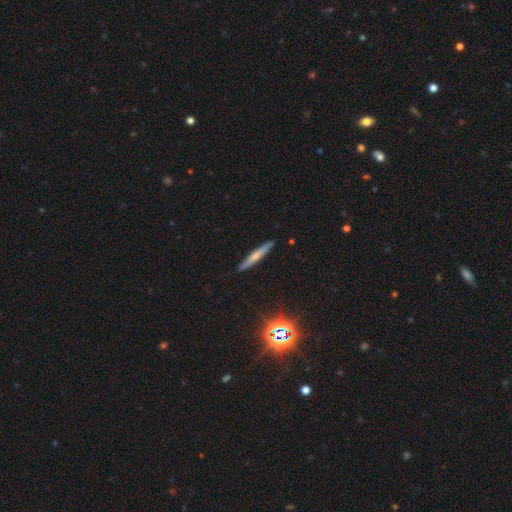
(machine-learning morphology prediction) type=featured or disk (46%); merging=none (90%).